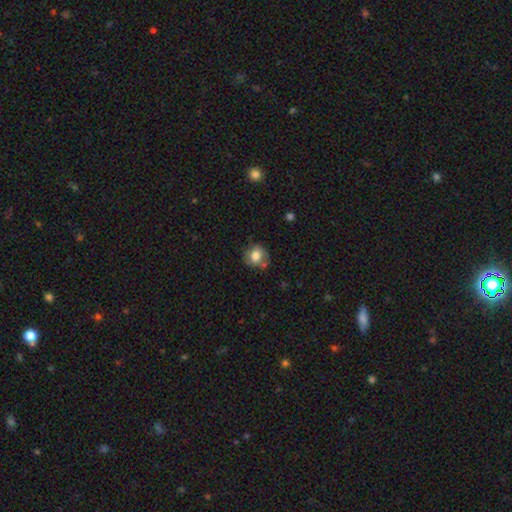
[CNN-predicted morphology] Overall: smooth (76%). How rounded: round (80%). Merging: none (66%).